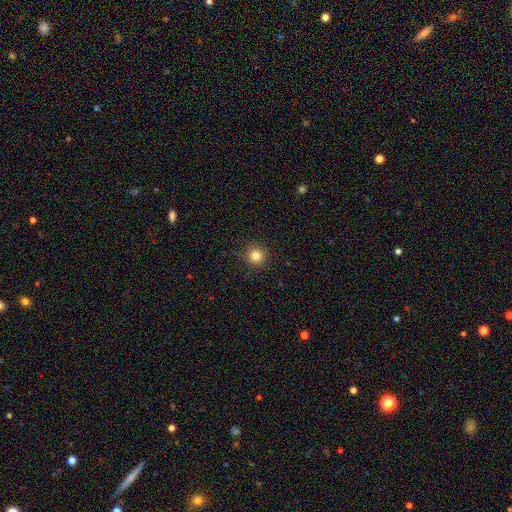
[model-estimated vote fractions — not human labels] A smooth galaxy with no disk features (83%) that is round (95%).

Vote fractions:
- Smooth or featured? smooth: 83% / star or artifact: 12% / featured or disk: 5%
- How rounded? round: 95% / in between: 4% / cigar-shaped: 1%
- Merging? none: 91% / minor disturbance: 6% / major disturbance: 2% / merger: 1%